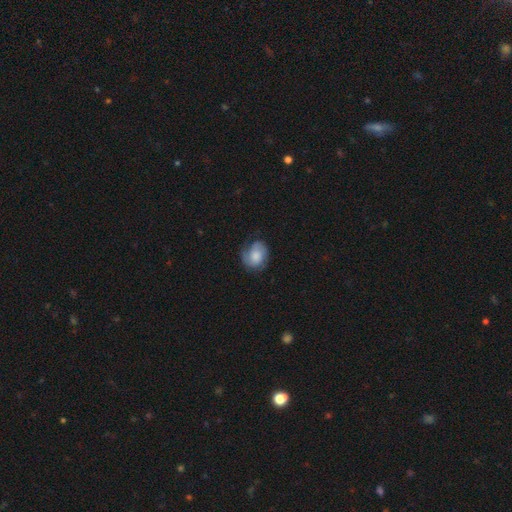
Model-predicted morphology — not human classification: A smooth galaxy with no disk features (47%).

Vote fractions:
- Smooth or featured? smooth: 47% / featured or disk: 46% / star or artifact: 8%
- Merging? none: 60% / minor disturbance: 25% / major disturbance: 13% / merger: 1%